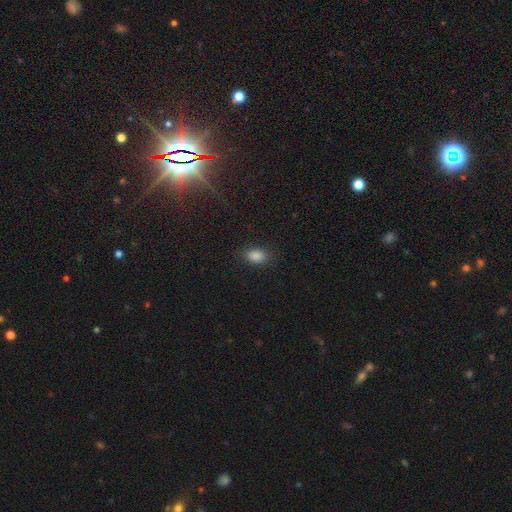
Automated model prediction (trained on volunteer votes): Smooth or featured?
  - smooth: 85% *
  - star or artifact: 11%
  - featured or disk: 4%
How rounded?
  - in between: 84% *
  - round: 14%
  - cigar-shaped: 2%
Merging?
  - none: 85% *
  - minor disturbance: 11%
  - major disturbance: 3%
  - merger: 1%